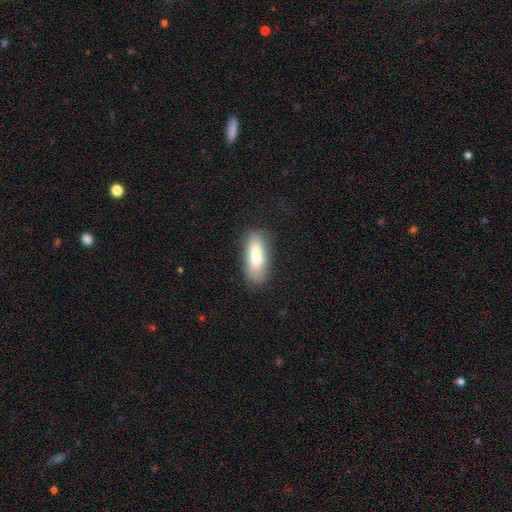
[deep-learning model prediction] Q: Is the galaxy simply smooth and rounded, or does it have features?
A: smooth — 81%.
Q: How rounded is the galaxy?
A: in between — 69%.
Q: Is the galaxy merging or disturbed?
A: none — 75%.